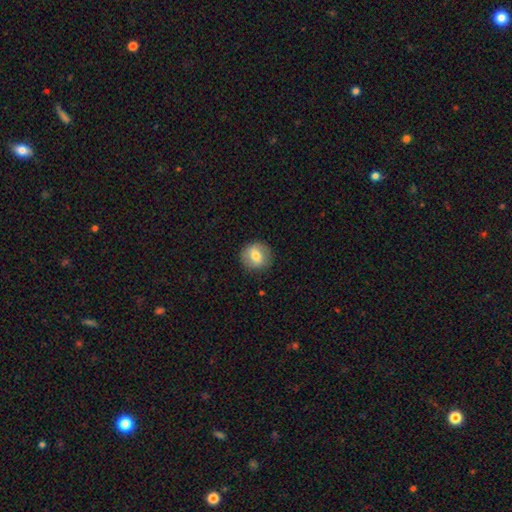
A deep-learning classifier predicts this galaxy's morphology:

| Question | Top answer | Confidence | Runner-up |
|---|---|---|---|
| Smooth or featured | smooth | 70% | featured or disk (22%) |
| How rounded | round | 88% | in between (11%) |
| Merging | none | 87% | minor disturbance (9%) |